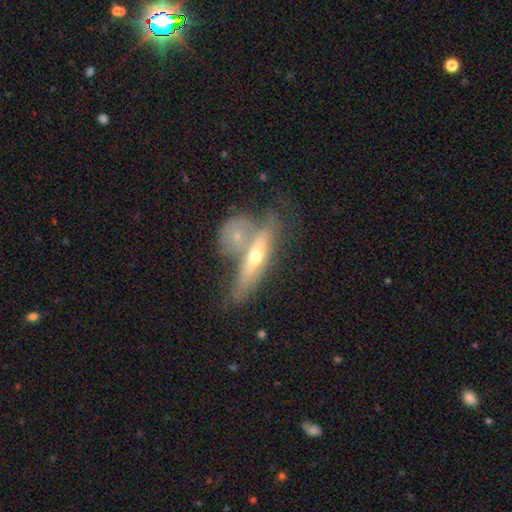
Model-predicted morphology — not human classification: Q: Smooth or featured?
A: featured or disk (60%); runner-up: smooth (34%)
Q: Edge-on disk?
A: yes (75%); runner-up: no (25%)
Q: Merging?
A: none (40%); tied with: merger (40%)